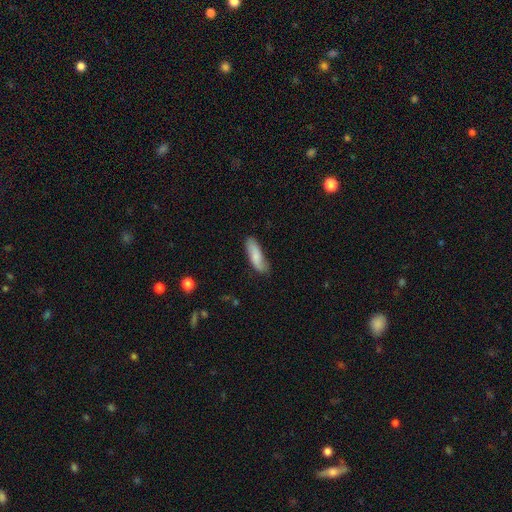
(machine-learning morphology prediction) This appears to be a smooth galaxy with no disk features (78%) that is in between round and cigar-shaped (50%). Merging: none (75%).